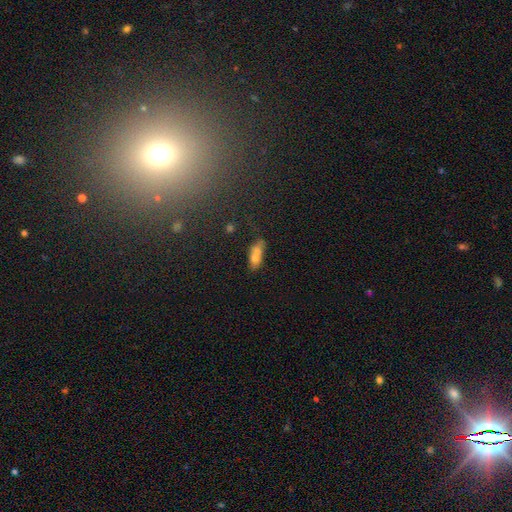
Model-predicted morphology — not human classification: smooth 68%, featured or disk 21%, star or artifact 11%. Down the decision tree: how rounded — in between (74%); merging — merger (44%).